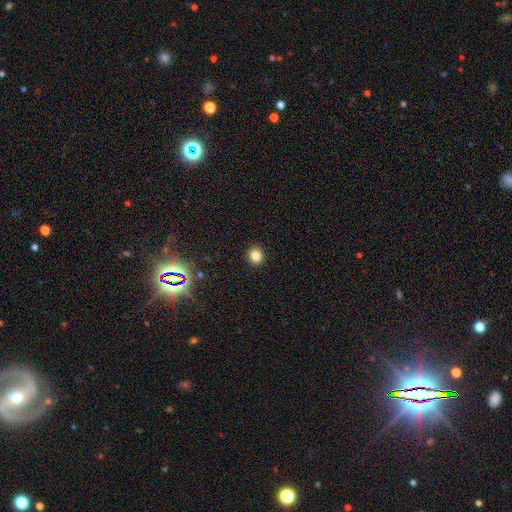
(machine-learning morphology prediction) A smooth galaxy with no disk features (82%) that is round (82%).

Vote fractions:
- Smooth or featured? smooth: 82% / star or artifact: 13% / featured or disk: 5%
- How rounded? round: 82% / in between: 17% / cigar-shaped: 1%
- Merging? none: 92% / minor disturbance: 5% / major disturbance: 2% / merger: 1%